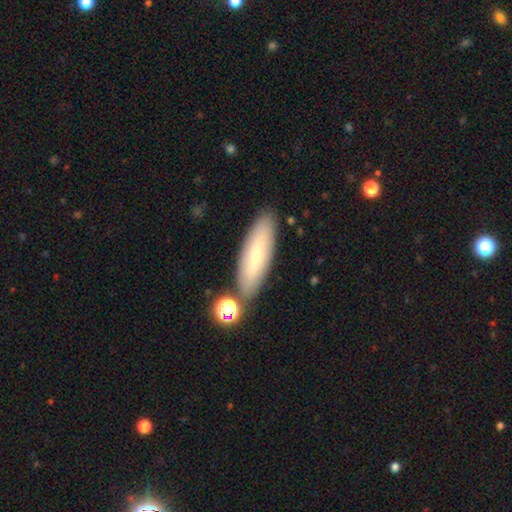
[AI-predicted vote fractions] A smooth galaxy with no disk features (63%) that is cigar-shaped (58%). Merging: none (80%).